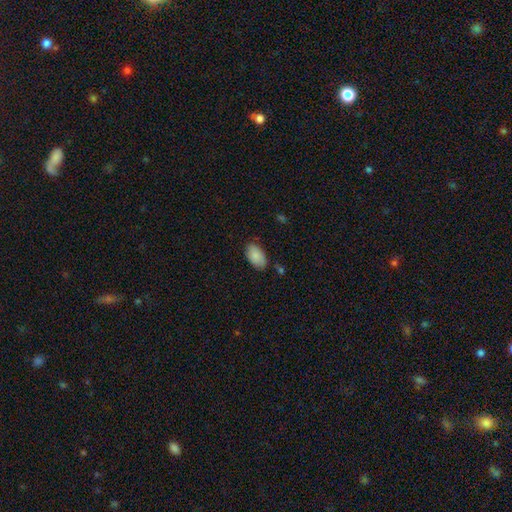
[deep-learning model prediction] Smooth or featured?
  - smooth: 87% *
  - star or artifact: 6%
  - featured or disk: 6%
How rounded?
  - in between: 94% *
  - round: 4%
  - cigar-shaped: 2%
Merging?
  - none: 78% *
  - minor disturbance: 16%
  - major disturbance: 3%
  - merger: 3%